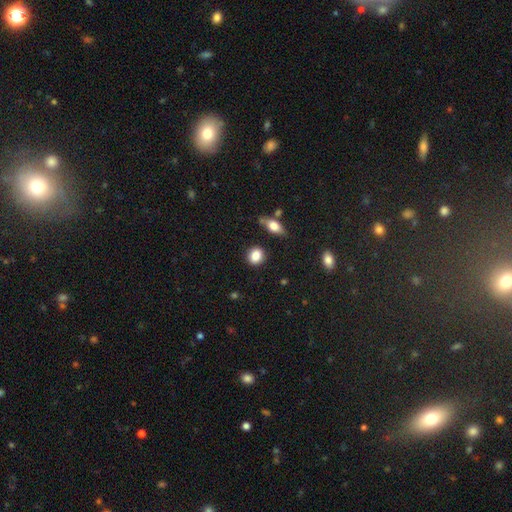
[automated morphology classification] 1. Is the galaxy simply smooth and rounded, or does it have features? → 85% smooth, 9% star or artifact, 6% featured or disk.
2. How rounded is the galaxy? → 74% round, 24% in between, 2% cigar-shaped.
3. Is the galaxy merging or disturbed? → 86% none, 9% minor disturbance, 3% merger, 3% major disturbance.